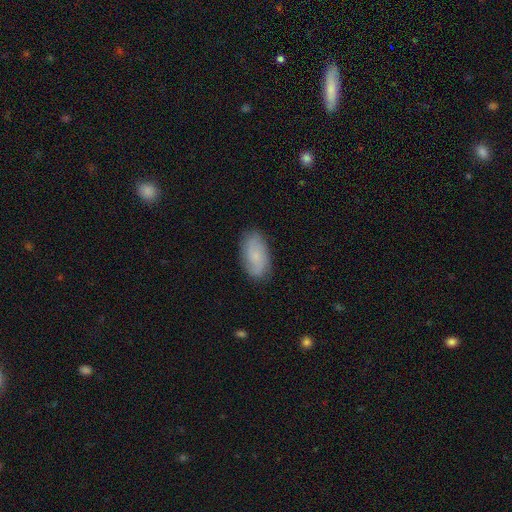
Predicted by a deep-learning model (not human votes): smooth 55%, featured or disk 38%, star or artifact 7%. Down the decision tree: how rounded — in between (92%); merging — none (81%).